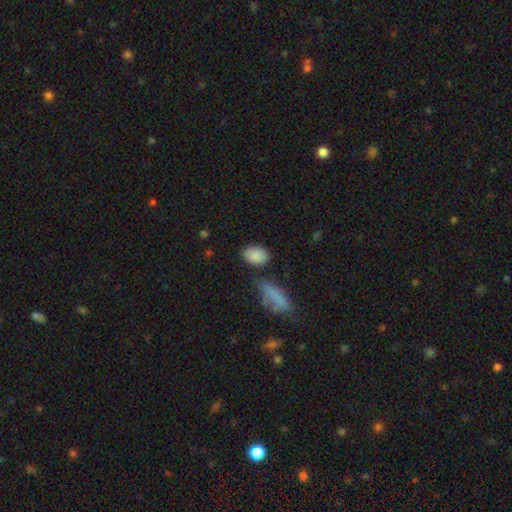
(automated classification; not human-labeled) Smooth or featured: smooth — 86% (star or artifact — 7%)
How rounded: in between — 86% (round — 12%)
Merging: none — 73% (minor disturbance — 14%)